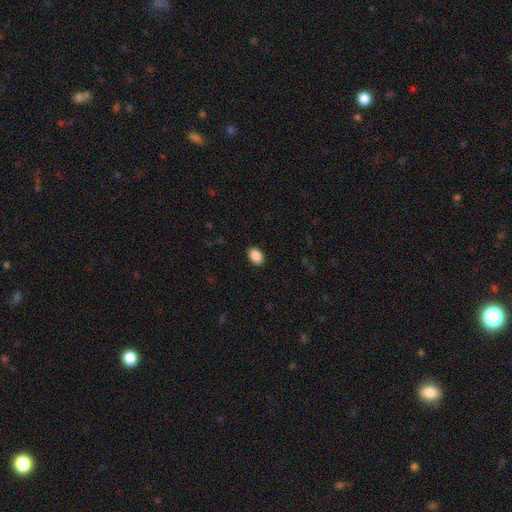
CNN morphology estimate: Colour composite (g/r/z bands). It shows a smooth galaxy with no disk features (90%) that is in between round and cigar-shaped (83%). Merging: none (90%).